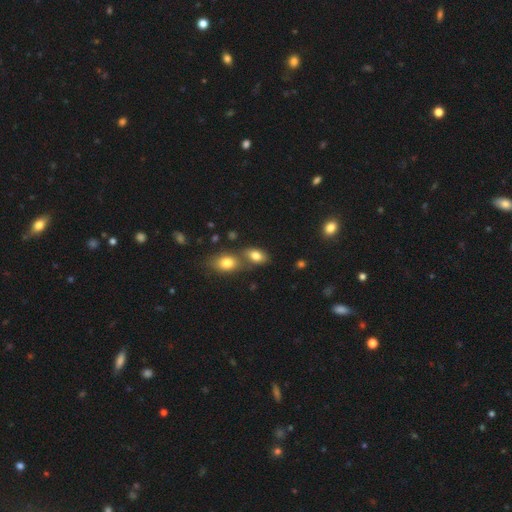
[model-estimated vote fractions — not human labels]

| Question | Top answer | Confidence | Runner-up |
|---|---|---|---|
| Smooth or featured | smooth | 80% | star or artifact (10%) |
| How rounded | in between | 86% | round (12%) |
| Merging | none | 48% | merger (37%) |